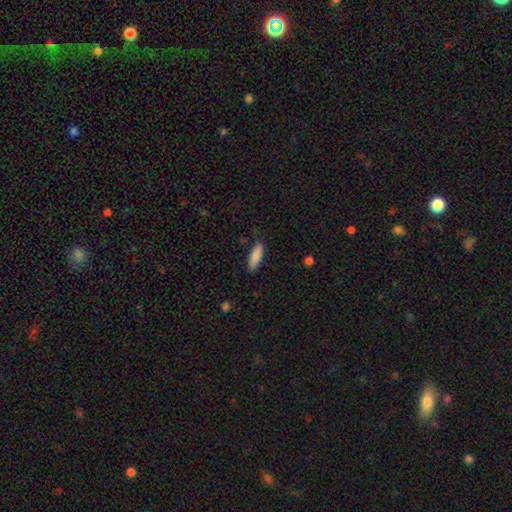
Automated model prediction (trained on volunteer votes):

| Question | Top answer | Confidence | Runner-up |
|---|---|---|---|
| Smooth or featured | smooth | 88% | star or artifact (6%) |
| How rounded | in between | 56% | cigar-shaped (43%) |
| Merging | none | 85% | minor disturbance (12%) |